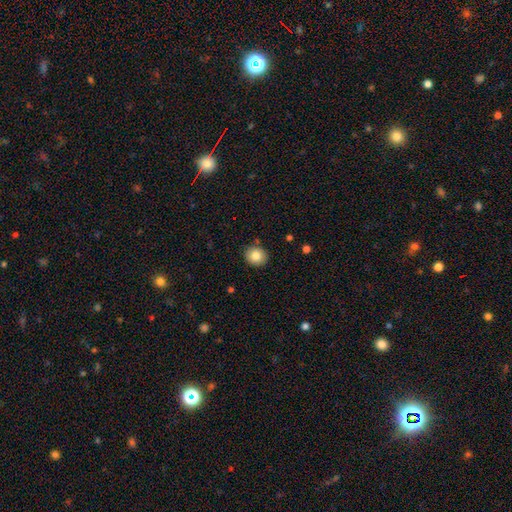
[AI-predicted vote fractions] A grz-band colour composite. It shows a smooth galaxy with no disk features (83%) that is round (78%). Merging: none (87%).